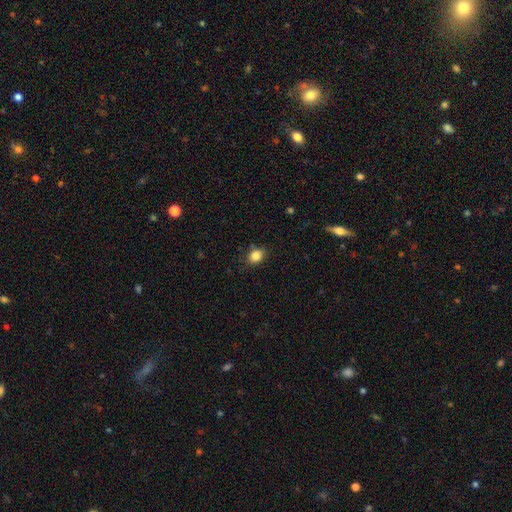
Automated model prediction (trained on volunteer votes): smooth-or-featured: smooth: 84% | star or artifact: 10% | featured or disk: 5%
  how-rounded: round: 55% | in between: 44% | cigar-shaped: 1%
  merging: none: 81% | minor disturbance: 15% | major disturbance: 3% | merger: 1%